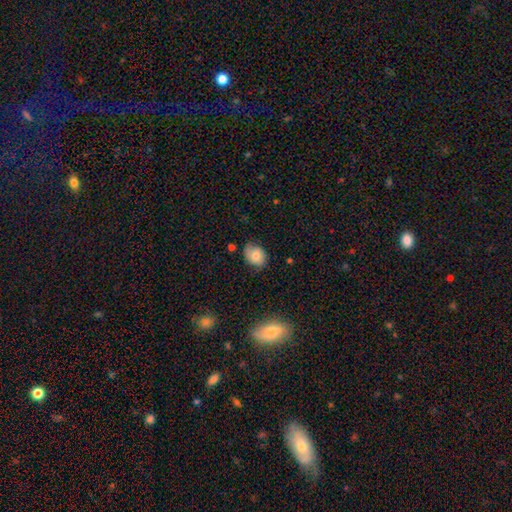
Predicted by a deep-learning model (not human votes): Smooth or featured? smooth (75%)
How rounded? in between (62%)
Merging? none (69%)